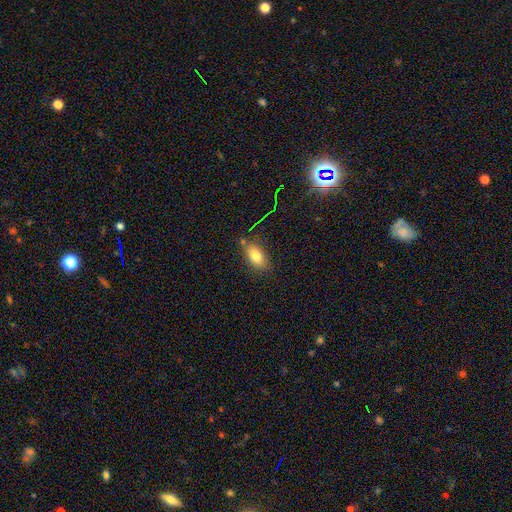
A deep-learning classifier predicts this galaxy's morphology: The model was most divided on "merging": none: 74%, minor disturbance: 16%, merger: 6%, major disturbance: 4%. More confident: how rounded — in between (87%); smooth or featured — smooth (76%).